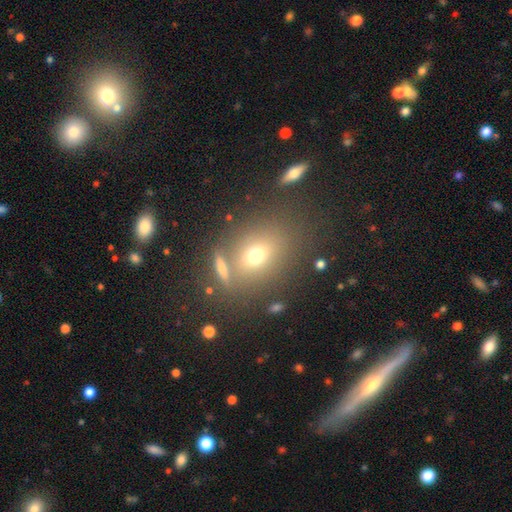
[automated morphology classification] type=smooth (54%); roundness=in between (49%); merging=none (71%).